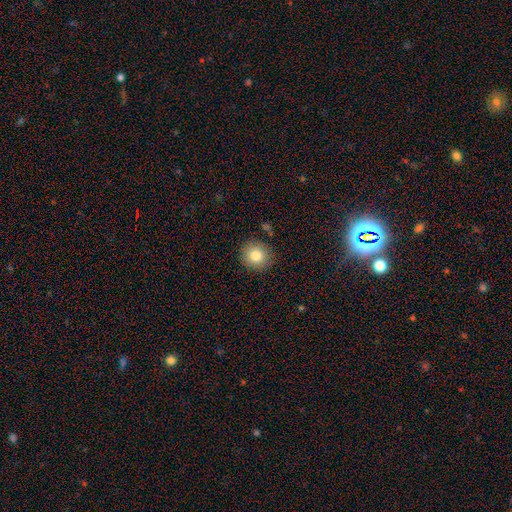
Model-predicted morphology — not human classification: type=smooth (81%); roundness=round (88%); merging=none (87%).